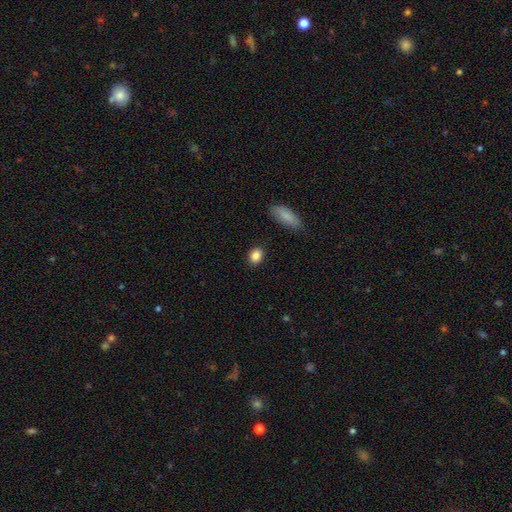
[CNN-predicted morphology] A smooth galaxy with no disk features (87%) that is in between round and cigar-shaped (58%). Merging: none (88%).